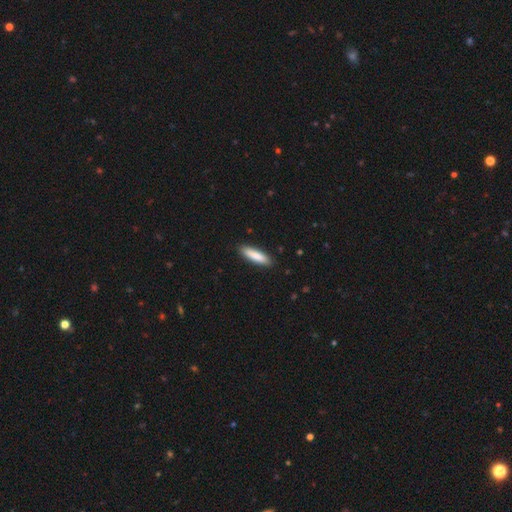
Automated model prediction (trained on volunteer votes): smooth-or-featured: smooth: 84% | featured or disk: 11% | star or artifact: 5%
  how-rounded: cigar-shaped: 70% | in between: 29% | round: 1%
  merging: none: 89% | minor disturbance: 8% | major disturbance: 2% | merger: 1%